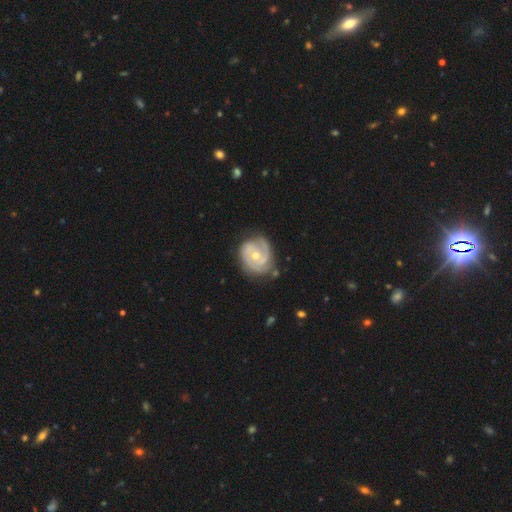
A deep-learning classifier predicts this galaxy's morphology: Smooth or featured? Predicted: featured or disk (p=0.88). Edge-on disk? Predicted: no (p=0.98). Bar? Predicted: no (p=0.61). Spiral arms? Predicted: yes (p=0.97). Spiral winding? Predicted: tight (p=0.62). Spiral arm count? Predicted: 2 (p=0.64). Bulge size? Predicted: moderate (p=0.57). Merging? Predicted: none (p=0.71).